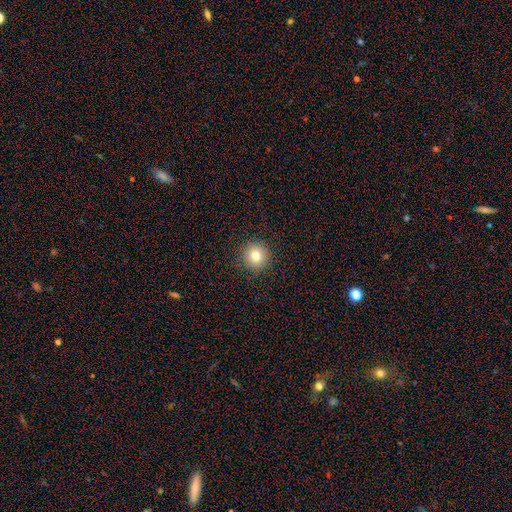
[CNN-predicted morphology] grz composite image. It shows a smooth galaxy with no disk features (80%) that is round (94%). Merging: none (91%).